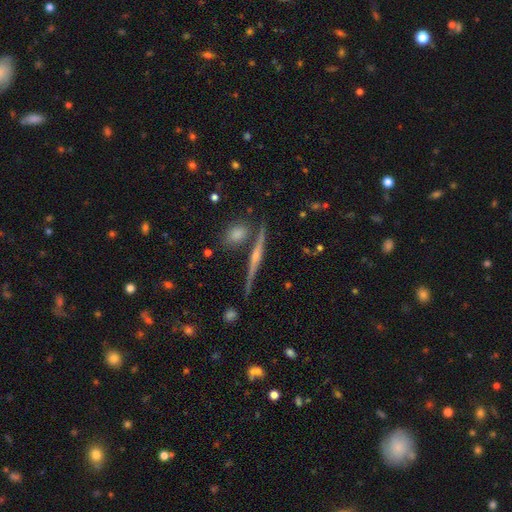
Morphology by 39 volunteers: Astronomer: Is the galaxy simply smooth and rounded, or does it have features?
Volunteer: featured or disk — 82%.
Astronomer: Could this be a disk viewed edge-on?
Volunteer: yes — 100%.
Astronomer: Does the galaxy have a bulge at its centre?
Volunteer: rounded — 84%.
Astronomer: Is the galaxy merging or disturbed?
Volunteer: none — 81%.